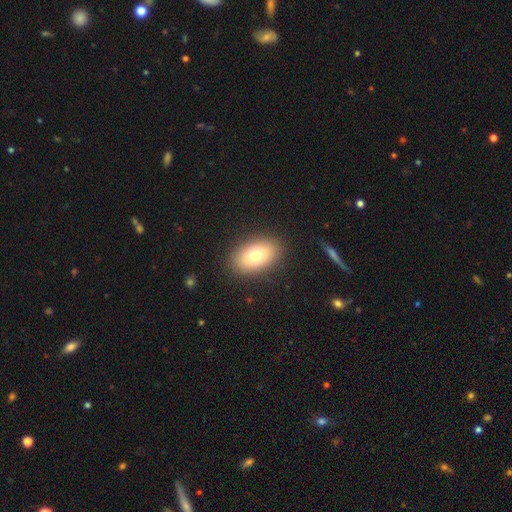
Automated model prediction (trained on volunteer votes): This appears to be a smooth galaxy with no disk features (75%) that is in between round and cigar-shaped (86%). Merging: none (88%).